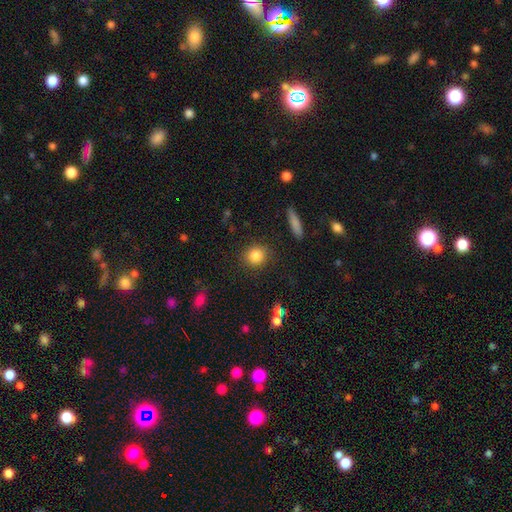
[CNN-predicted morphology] type=smooth (85%); roundness=round (86%); merging=none (88%).